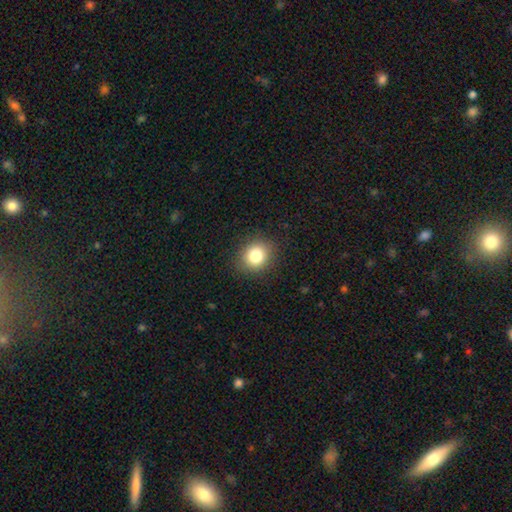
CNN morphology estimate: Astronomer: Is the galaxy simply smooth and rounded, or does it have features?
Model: smooth — 82%.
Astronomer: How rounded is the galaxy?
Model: round — 75%.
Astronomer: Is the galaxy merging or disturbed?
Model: none — 89%.